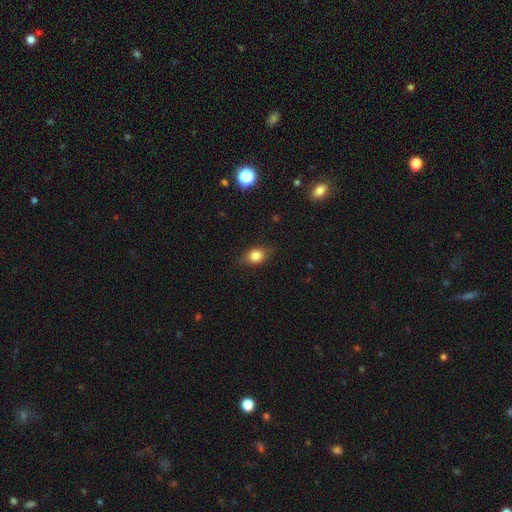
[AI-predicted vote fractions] Morphology: type=smooth (81%); roundness=in between (67%); merging=none (78%).